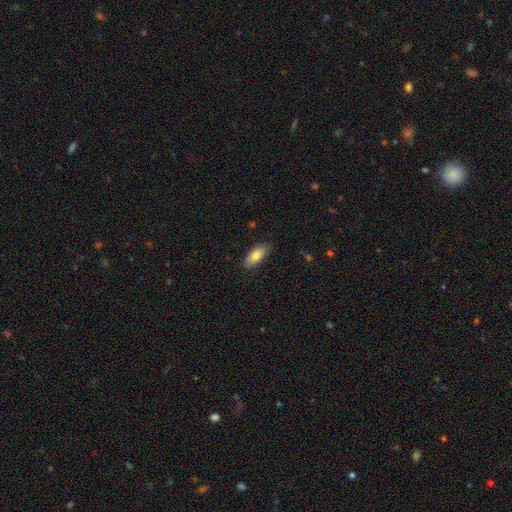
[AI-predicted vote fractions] Q: Smooth or featured?
A: smooth (77%); runner-up: featured or disk (17%)
Q: How rounded?
A: in between (72%); runner-up: cigar-shaped (26%)
Q: Merging?
A: none (85%); runner-up: minor disturbance (12%)